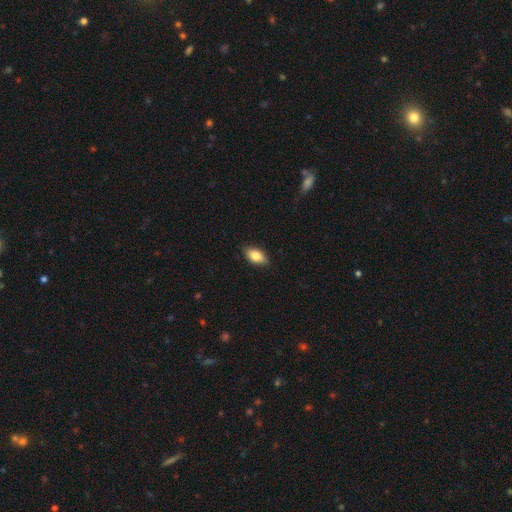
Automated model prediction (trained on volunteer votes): Smooth or featured?
  - smooth: 81% *
  - featured or disk: 12%
  - star or artifact: 7%
How rounded?
  - in between: 89% *
  - round: 6%
  - cigar-shaped: 6%
Merging?
  - none: 84% *
  - minor disturbance: 13%
  - major disturbance: 2%
  - merger: 1%